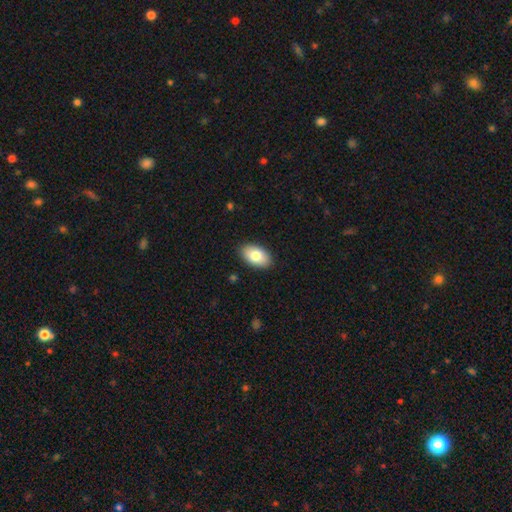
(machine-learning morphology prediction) Q: Smooth or featured?
A: smooth (82%); runner-up: featured or disk (12%)
Q: How rounded?
A: in between (94%); runner-up: round (5%)
Q: Merging?
A: none (89%); runner-up: minor disturbance (8%)